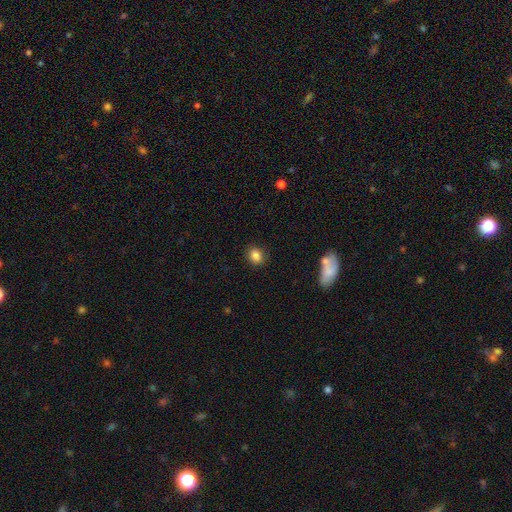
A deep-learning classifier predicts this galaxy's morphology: smooth 85%, star or artifact 10%, featured or disk 5%. Down the decision tree: how rounded — round (70%); merging — none (88%).